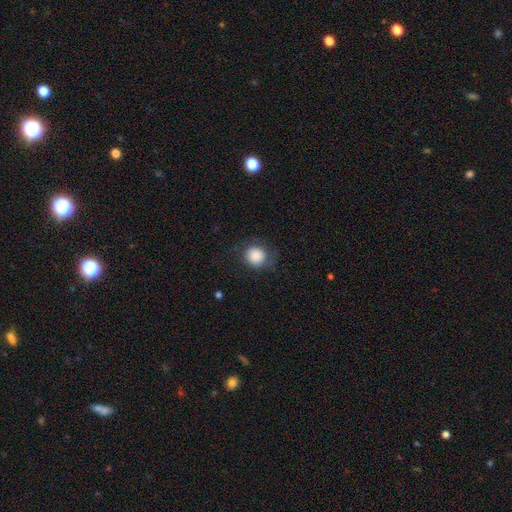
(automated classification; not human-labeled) Smooth or featured? Predicted: smooth (p=0.83). How rounded? Predicted: round (p=0.86). Merging? Predicted: none (p=0.74).